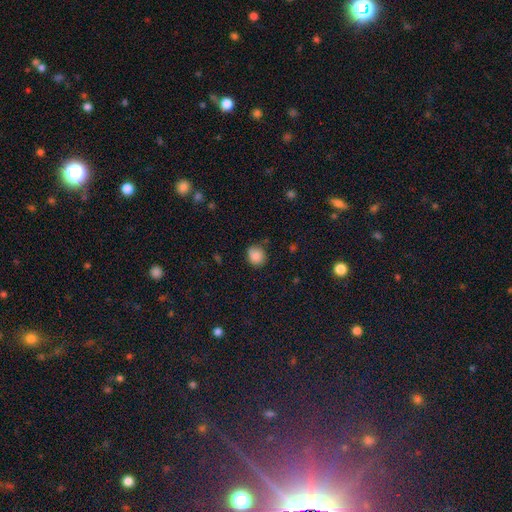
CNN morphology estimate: Smooth or featured? Predicted: smooth (p=0.86). How rounded? Predicted: round (p=0.79). Merging? Predicted: none (p=0.80).